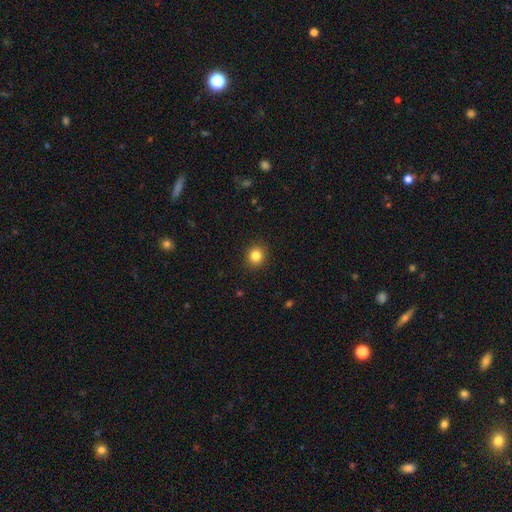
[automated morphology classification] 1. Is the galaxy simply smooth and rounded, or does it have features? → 83% smooth, 11% star or artifact, 5% featured or disk.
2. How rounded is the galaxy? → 89% round, 10% in between, 1% cigar-shaped.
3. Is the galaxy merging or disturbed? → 91% none, 6% minor disturbance, 2% major disturbance, 1% merger.